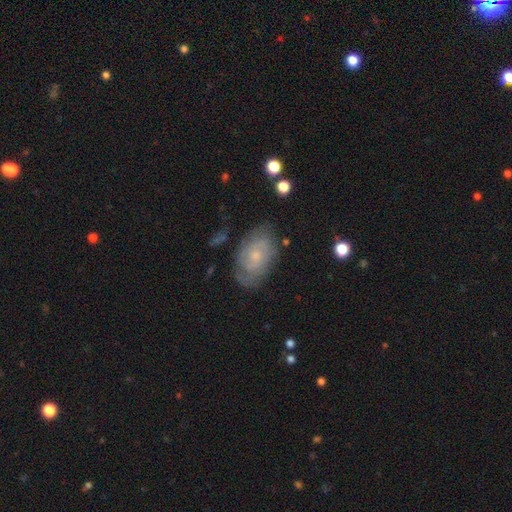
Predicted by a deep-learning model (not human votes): The model was most divided on "spiral arm count": can't tell: 42%, 2: 38%, 3: 8%, 1: 4%, 4: 3%, more than 4: 3%. More confident: edge-on disk — no (96%); spiral arms — yes (86%); bar — no (73%); merging — none (73%); smooth or featured — featured or disk (66%); bulge size — small (64%); spiral winding — tight (59%).